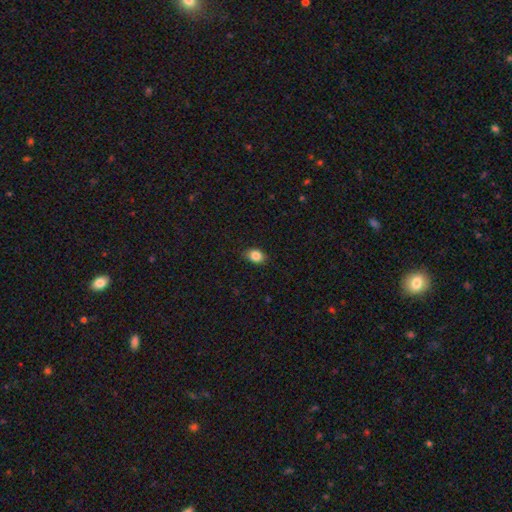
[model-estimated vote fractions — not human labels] This appears to be a smooth galaxy with no disk features (85%) that is in between round and cigar-shaped (68%). Merging: none (84%).